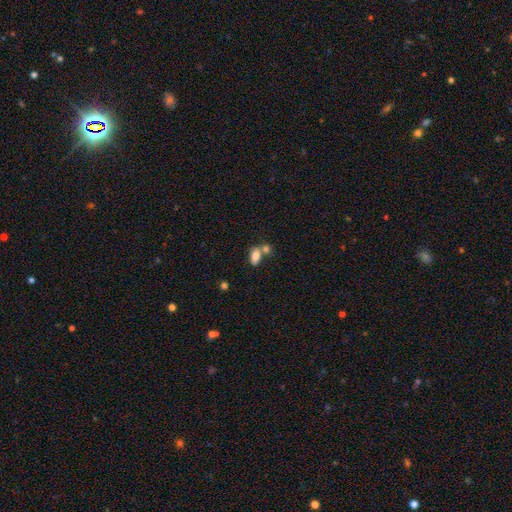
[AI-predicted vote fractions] A smooth galaxy with no disk features (81%) that is in between round and cigar-shaped (88%). Merging: merger (43%).